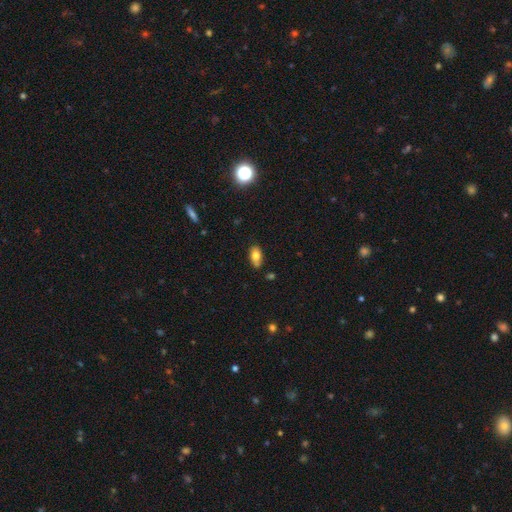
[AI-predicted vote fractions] Morphology: type=smooth (77%); roundness=in between (90%); merging=none (72%).